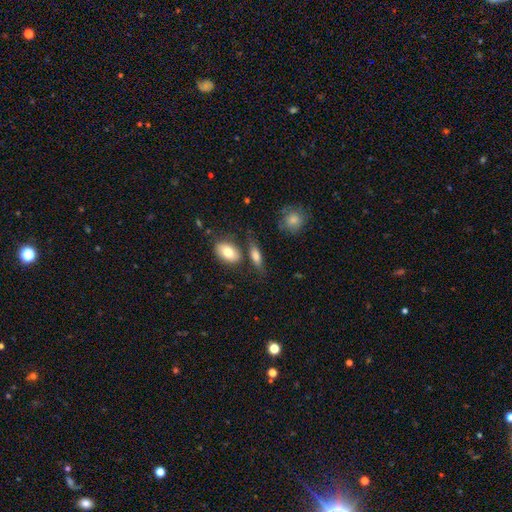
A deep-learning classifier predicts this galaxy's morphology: Overall: smooth (75%). How rounded: in between (75%). Merging: none (62%).